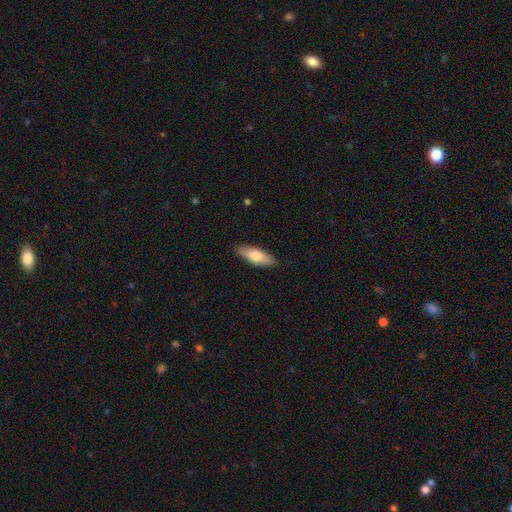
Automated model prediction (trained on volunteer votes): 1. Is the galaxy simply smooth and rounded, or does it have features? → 70% smooth, 24% featured or disk, 6% star or artifact.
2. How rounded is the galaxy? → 63% in between, 35% cigar-shaped, 2% round.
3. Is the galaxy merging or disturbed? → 88% none, 9% minor disturbance, 2% major disturbance, 1% merger.